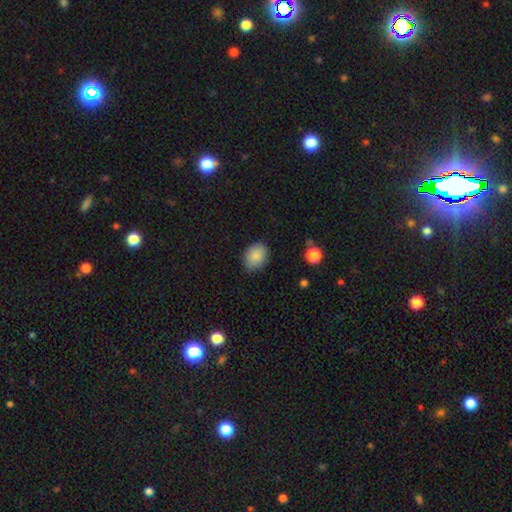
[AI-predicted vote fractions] This is clearly a smooth galaxy (88%). How rounded: likely in between (69%). Merging: clearly none (83%).